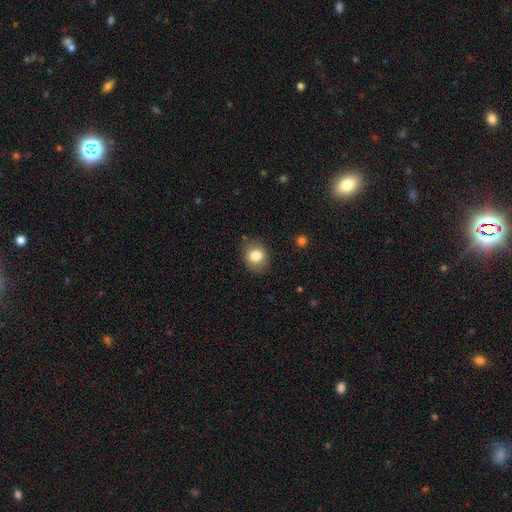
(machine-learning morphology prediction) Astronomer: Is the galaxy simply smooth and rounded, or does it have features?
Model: smooth — 81%.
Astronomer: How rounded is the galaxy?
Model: round — 54% (runner-up: in between, 46%).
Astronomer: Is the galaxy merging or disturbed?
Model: none — 83%.